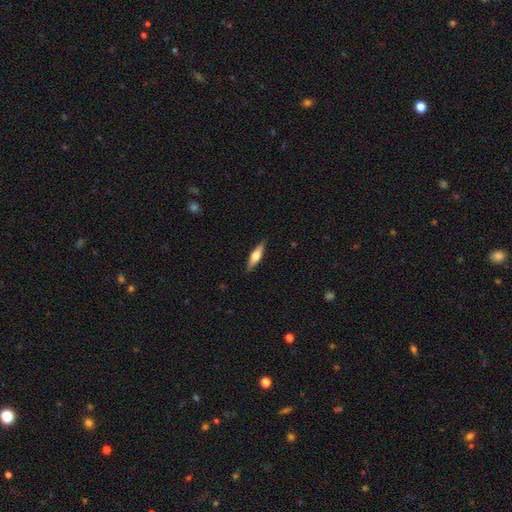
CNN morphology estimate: This appears to be a smooth galaxy with no disk features (48%). Merging: none (88%).